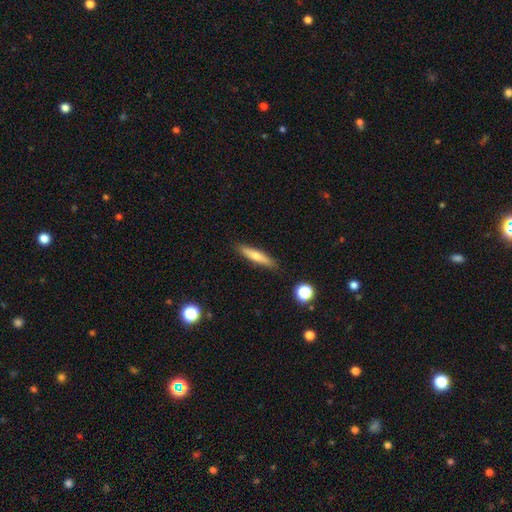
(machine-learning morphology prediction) This is possibly a smooth galaxy (58%). How rounded: clearly cigar-shaped (87%). Merging: clearly none (89%).